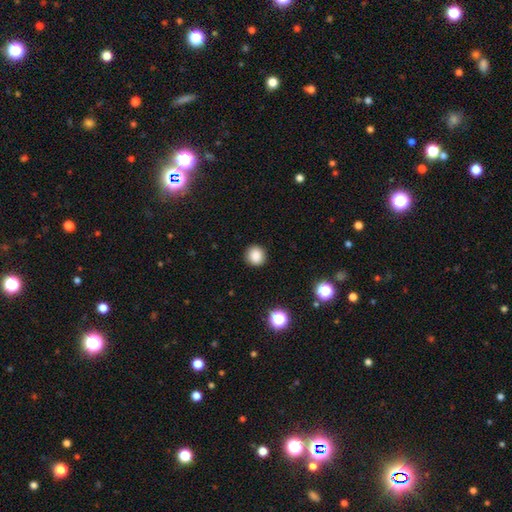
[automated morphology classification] smooth-or-featured: smooth: 86% | star or artifact: 11% | featured or disk: 3%
  how-rounded: round: 90% | in between: 9% | cigar-shaped: 1%
  merging: none: 91% | minor disturbance: 6% | major disturbance: 2% | merger: 1%